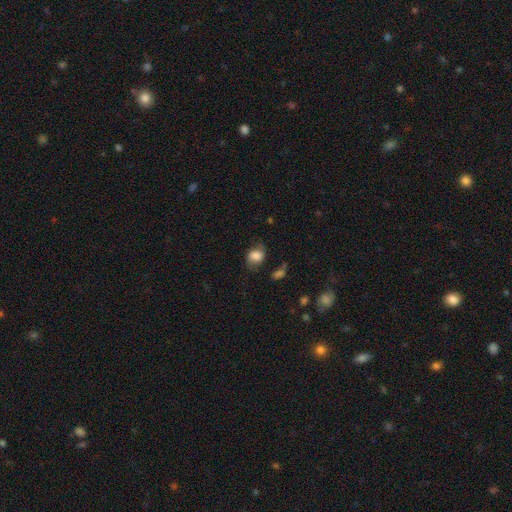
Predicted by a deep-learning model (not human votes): Smooth or featured? Predicted: smooth (p=0.75). How rounded? Predicted: in between (p=0.64). Merging? Predicted: none (p=0.59).